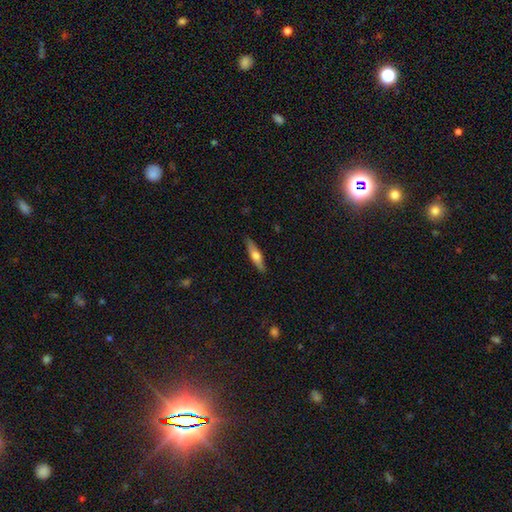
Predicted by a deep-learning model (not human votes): Smooth or featured?
  - smooth: 50% *
  - featured or disk: 44%
  - star or artifact: 6%
Merging?
  - none: 89% *
  - minor disturbance: 8%
  - major disturbance: 2%
  - merger: 1%